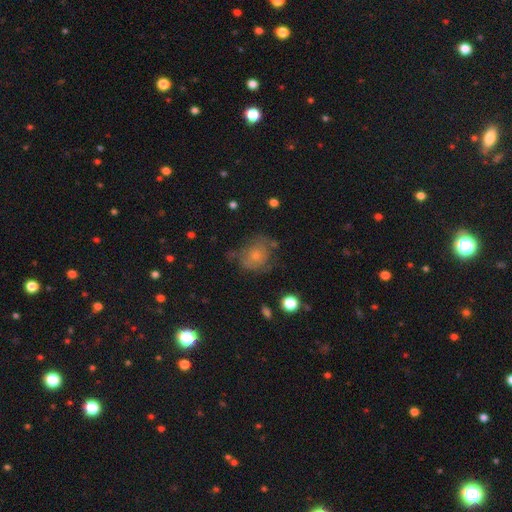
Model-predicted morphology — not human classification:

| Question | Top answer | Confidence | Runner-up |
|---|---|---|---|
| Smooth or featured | smooth | 52% | featured or disk (38%) |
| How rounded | round | 67% | in between (32%) |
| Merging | none | 48% | minor disturbance (28%) |